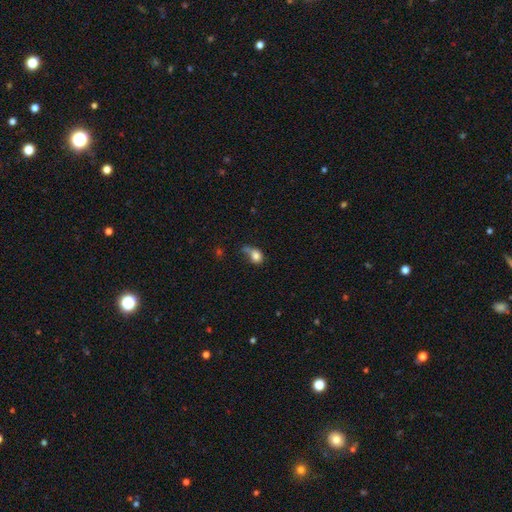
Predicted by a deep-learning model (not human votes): This is likely a smooth galaxy (79%). How rounded: possibly in between (50%). Merging: marginally none (32%).